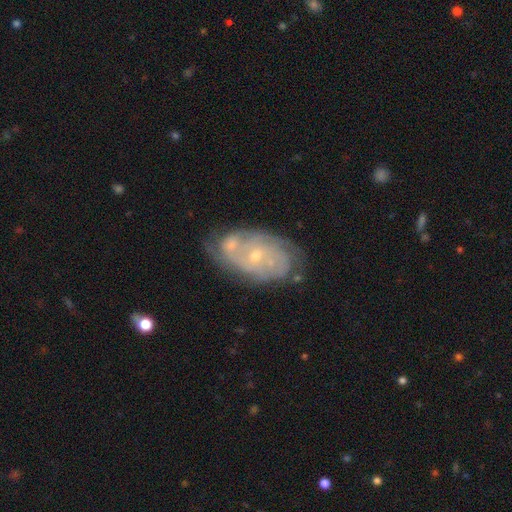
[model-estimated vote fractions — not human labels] Overall: featured or disk (81%). Edge-on disk: no (96%). Bar: no (75%). Spiral arms: yes (92%). Spiral arm count: can't tell (40%; 3 18%). Spiral winding: tight (71%). Bulge size: small (71%). Merging: none (52%; merger 22%).